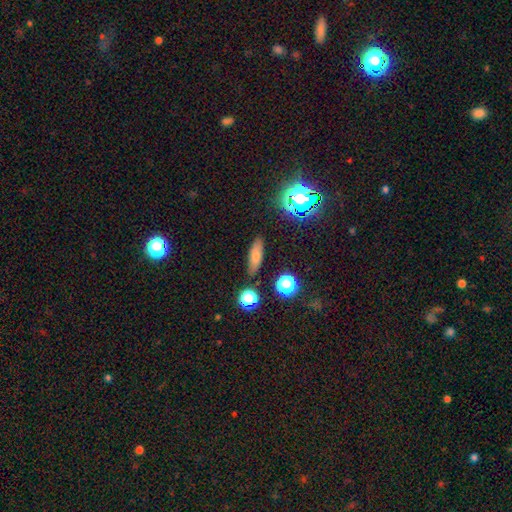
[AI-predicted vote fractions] This appears to be a smooth galaxy with no disk features (73%) that is in between round and cigar-shaped (48%). Merging: none (84%).